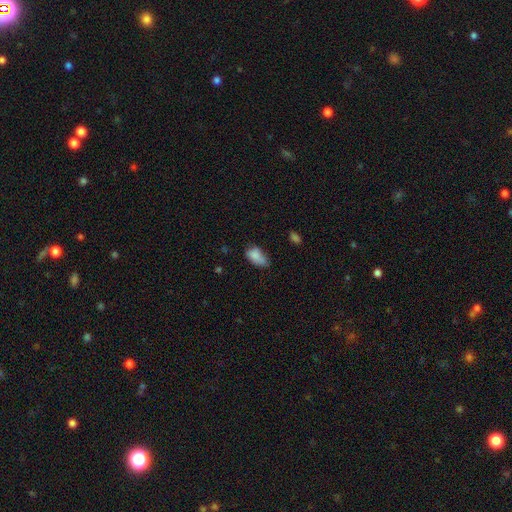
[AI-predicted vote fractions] Smooth or featured: smooth — 82% (star or artifact — 9%)
How rounded: in between — 91% (round — 5%)
Merging: none — 47% (minor disturbance — 38%)